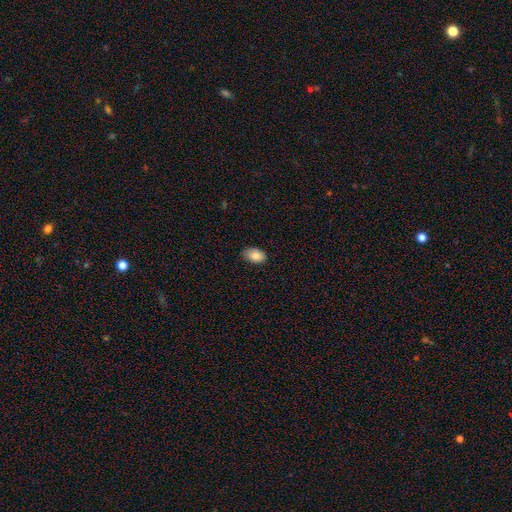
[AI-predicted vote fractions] A smooth galaxy with no disk features (86%) that is in between round and cigar-shaped (90%).

Vote fractions:
- Smooth or featured? smooth: 86% / star or artifact: 8% / featured or disk: 6%
- How rounded? in between: 90% / round: 9% / cigar-shaped: 1%
- Merging? none: 81% / minor disturbance: 16% / major disturbance: 2% / merger: 1%